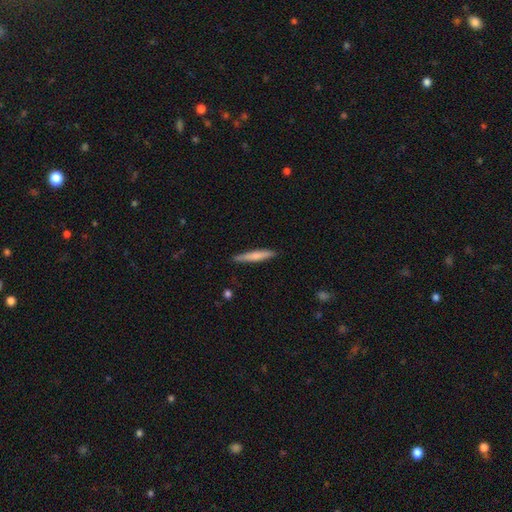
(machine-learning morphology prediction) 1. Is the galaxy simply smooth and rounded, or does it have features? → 68% smooth, 27% featured or disk, 5% star or artifact.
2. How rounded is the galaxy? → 93% cigar-shaped, 5% in between, 1% round.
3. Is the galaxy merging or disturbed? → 86% none, 11% minor disturbance, 2% major disturbance, 1% merger.